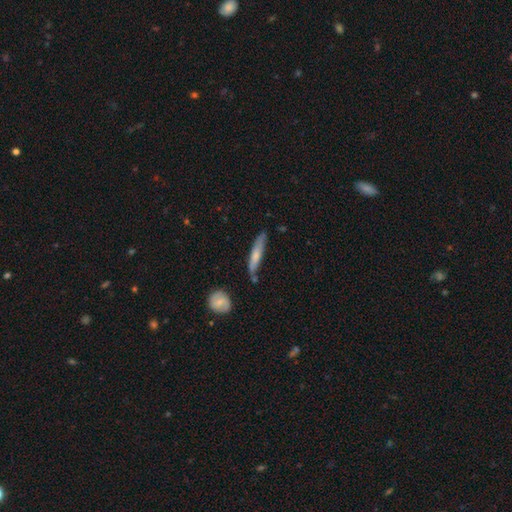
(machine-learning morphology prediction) Smooth or featured? Predicted: smooth (p=0.59). How rounded? Predicted: cigar-shaped (p=0.88). Merging? Predicted: none (p=0.68).